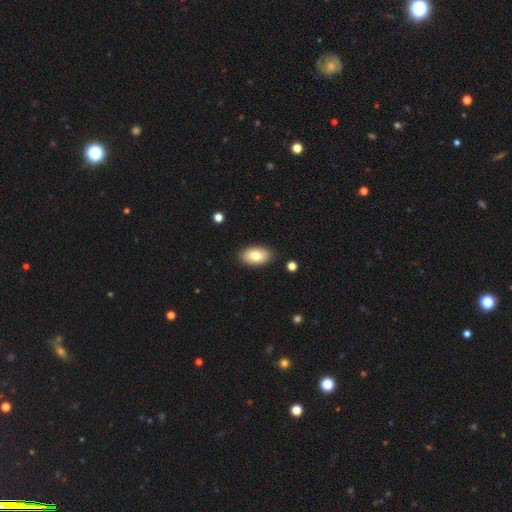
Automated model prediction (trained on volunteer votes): Smooth or featured: smooth — 80% (featured or disk — 13%)
How rounded: in between — 93% (round — 6%)
Merging: none — 88% (minor disturbance — 9%)